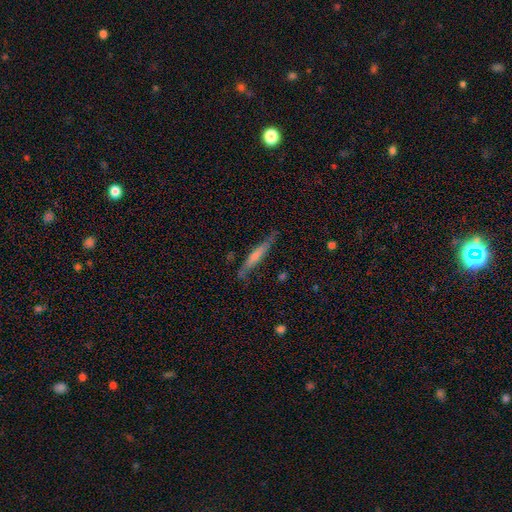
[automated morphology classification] A smooth galaxy with no disk features (50%) that is cigar-shaped (93%). Merging: none (75%).